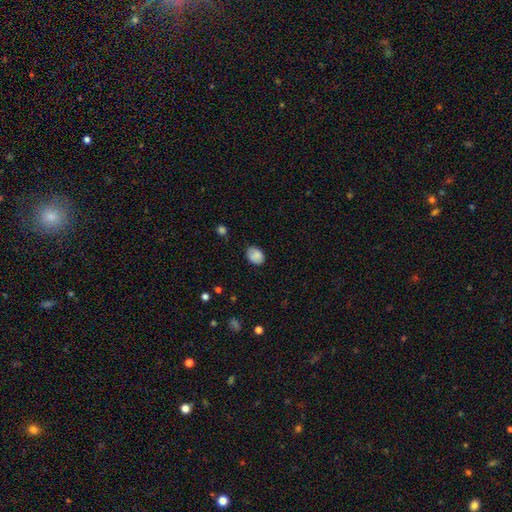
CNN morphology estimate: Smooth or featured: smooth — 85% (star or artifact — 8%)
How rounded: in between — 64% (round — 35%)
Merging: none — 73% (minor disturbance — 21%)